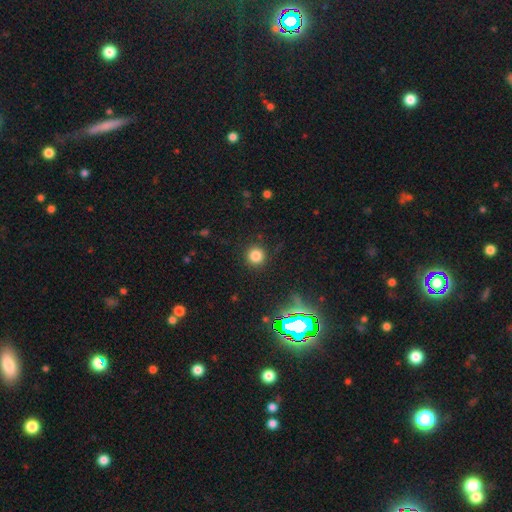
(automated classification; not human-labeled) This appears to be a smooth galaxy with no disk features (78%) that is round (94%). Merging: none (89%).